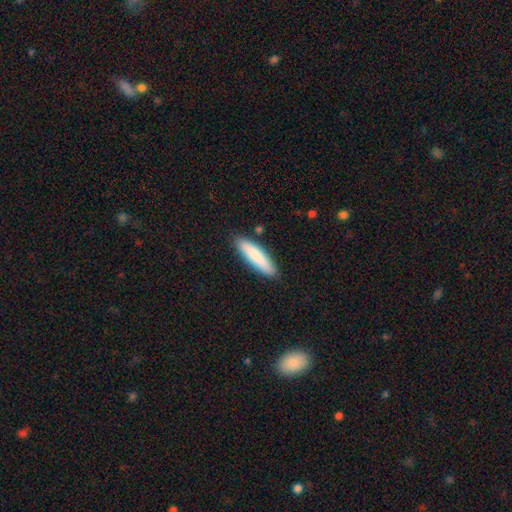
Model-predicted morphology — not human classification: Smooth or featured? Predicted: smooth (p=0.82). How rounded? Predicted: cigar-shaped (p=0.73). Merging? Predicted: none (p=0.86).